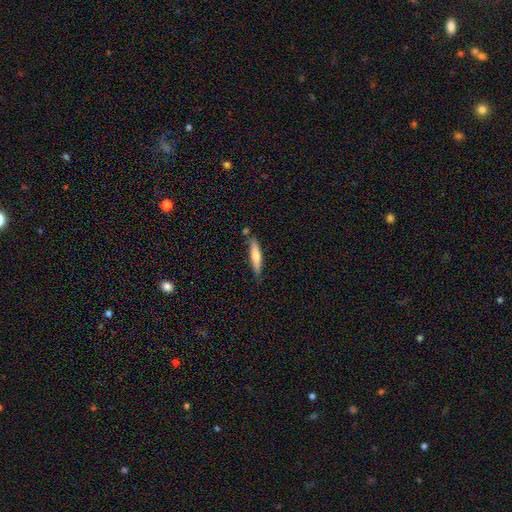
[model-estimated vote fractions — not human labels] Smooth or featured: smooth — 66% (featured or disk — 29%)
How rounded: cigar-shaped — 84% (in between — 14%)
Merging: none — 76% (minor disturbance — 16%)